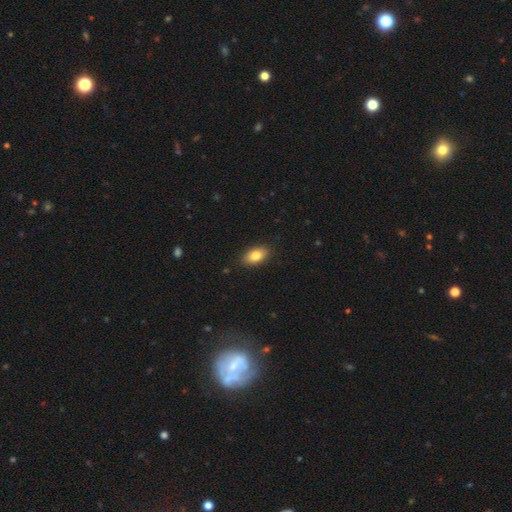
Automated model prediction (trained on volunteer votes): This is clearly a smooth galaxy (83%). How rounded: clearly in between (91%). Merging: clearly none (88%).